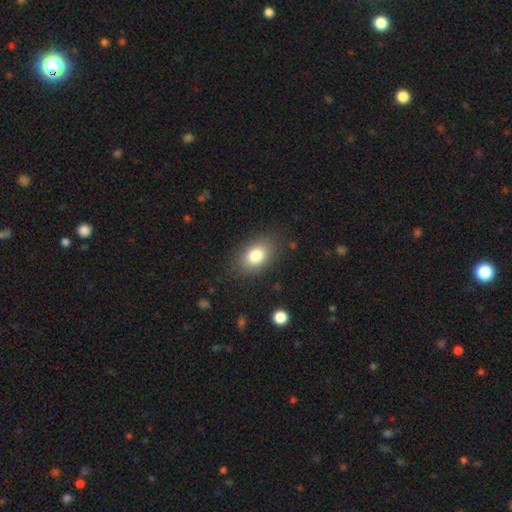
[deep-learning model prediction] Smooth or featured: smooth — 81% (featured or disk — 10%)
How rounded: in between — 80% (round — 19%)
Merging: none — 84% (minor disturbance — 11%)